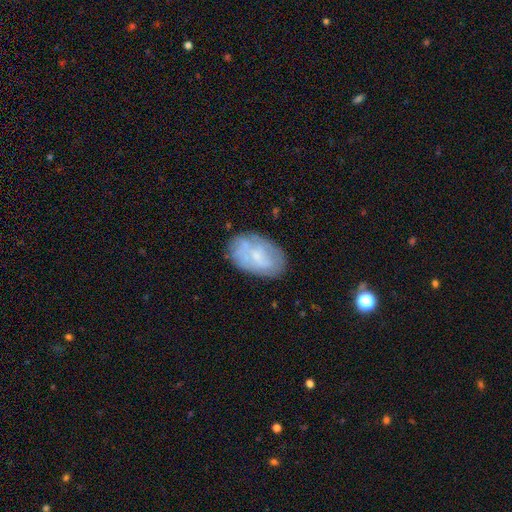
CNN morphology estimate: The model was most divided on "smooth or featured": smooth: 49%, featured or disk: 43%, star or artifact: 8%. More confident: merging — none (70%).